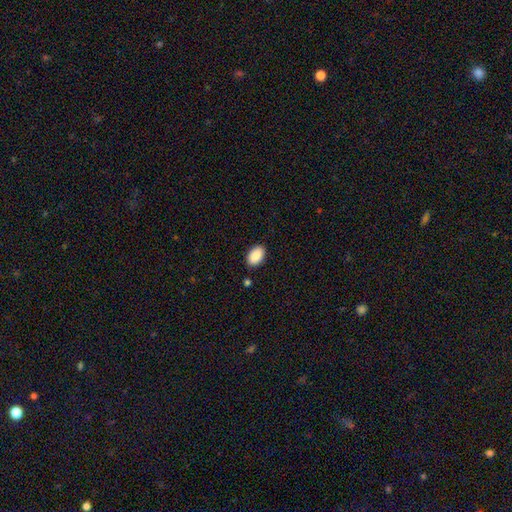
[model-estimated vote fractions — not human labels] Morphology: type=smooth (90%); roundness=in between (91%); merging=none (88%).